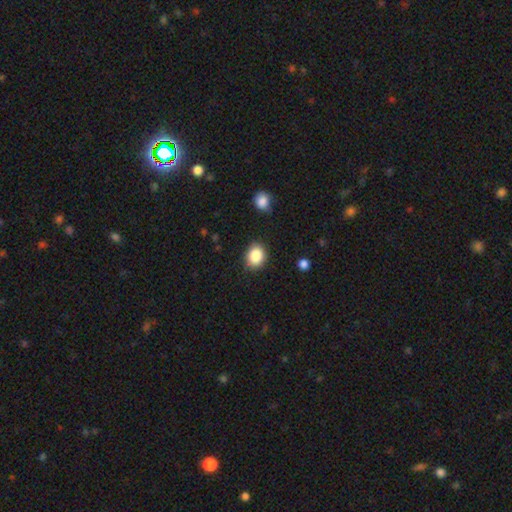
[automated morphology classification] Smooth or featured? smooth (86%)
How rounded? round (59%)
Merging? none (84%)